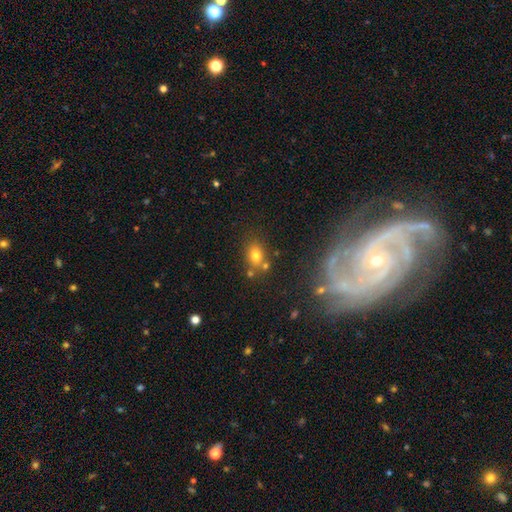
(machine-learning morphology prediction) Smooth or featured? smooth (74%)
How rounded? in between (60%)
Merging? none (65%)